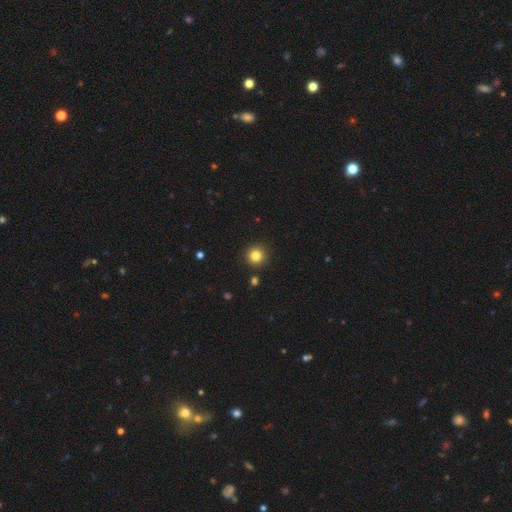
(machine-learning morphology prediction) A smooth galaxy with no disk features (83%) that is round (95%). Merging: none (91%).